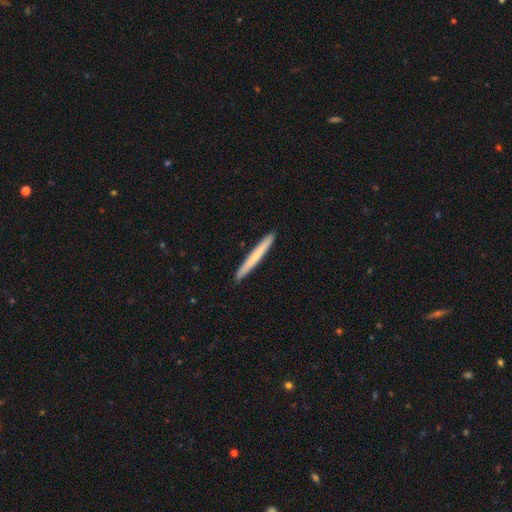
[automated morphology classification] The model was most divided on "smooth or featured": smooth: 64%, featured or disk: 30%, star or artifact: 5%. More confident: how rounded — cigar-shaped (97%); merging — none (93%).